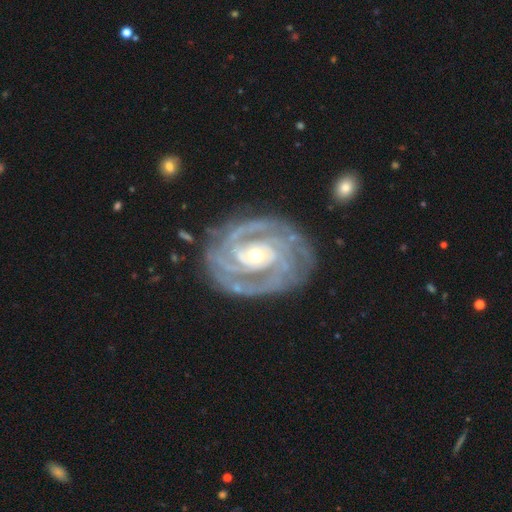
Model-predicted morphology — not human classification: type=featured or disk (92%); edge-on=no (97%); bar=no (60%); spiral arms=yes (98%); winding=tight (73%); arm count=3 (28%); bulge=moderate (61%); merging=none (79%).